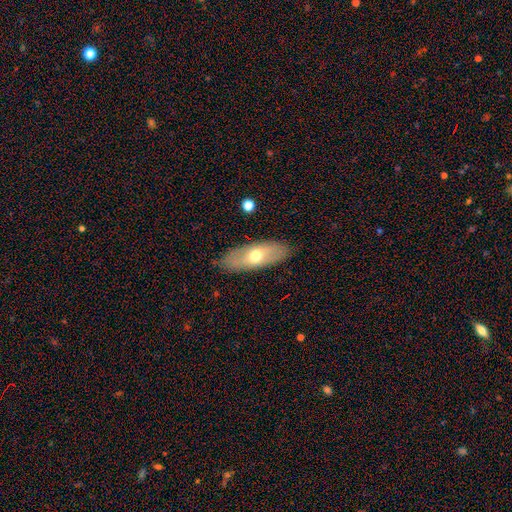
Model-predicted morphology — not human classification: Smooth or featured? smooth (55%)
How rounded? in between (77%)
Merging? none (85%)